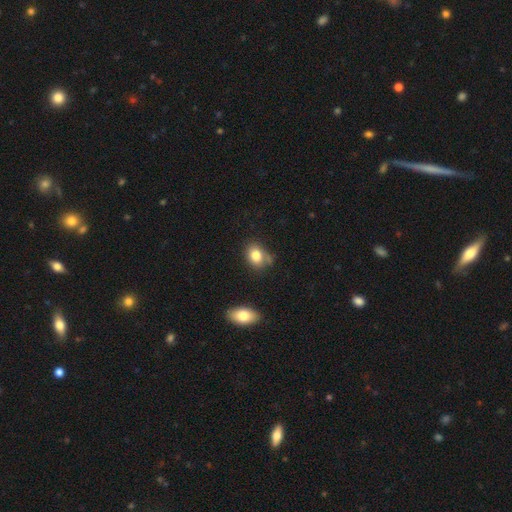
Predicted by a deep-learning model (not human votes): Q: Smooth or featured?
A: smooth (83%); runner-up: star or artifact (9%)
Q: How rounded?
A: in between (70%); runner-up: round (29%)
Q: Merging?
A: none (63%); runner-up: minor disturbance (22%)